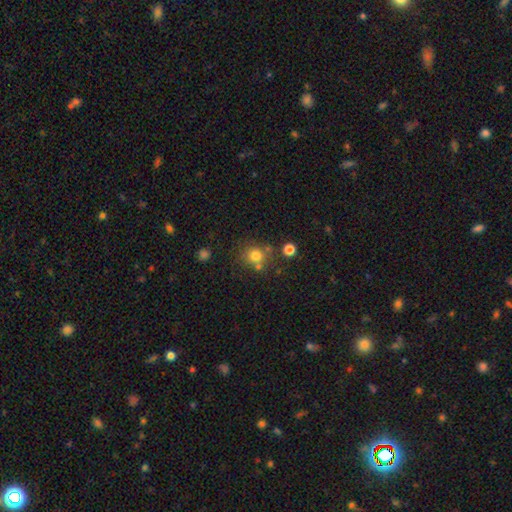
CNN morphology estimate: This appears to be a smooth galaxy with no disk features (77%) that is round (85%). Merging: none (67%).